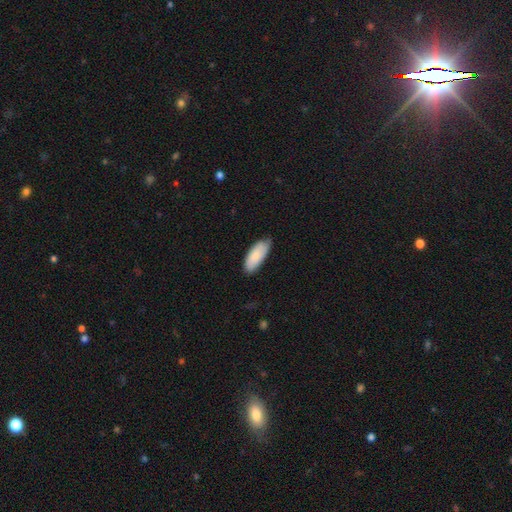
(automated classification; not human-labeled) This is clearly a smooth galaxy (85%). How rounded: clearly in between (83%). Merging: likely none (72%).